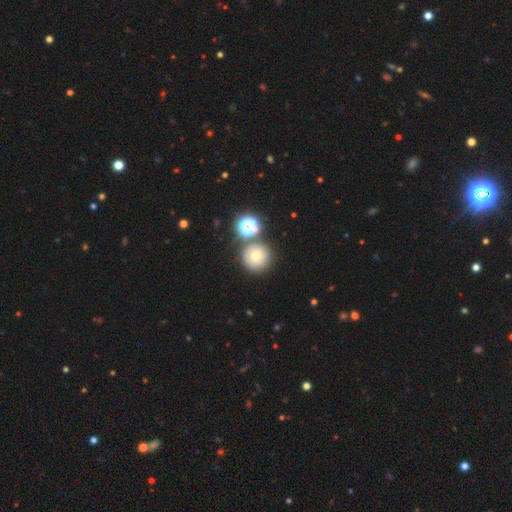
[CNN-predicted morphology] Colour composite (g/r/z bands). It shows a smooth galaxy with no disk features (60%) that is round (94%). Merging: none (76%).